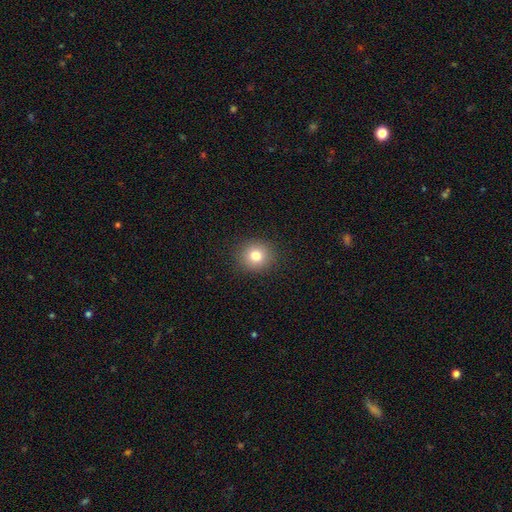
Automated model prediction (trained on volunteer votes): smooth_or_featured: smooth (p=0.79) [alt: star or artifact p=0.12]
how_rounded: round (p=0.89) [alt: in between p=0.10]
merging: none (p=0.90) [alt: minor disturbance p=0.06]